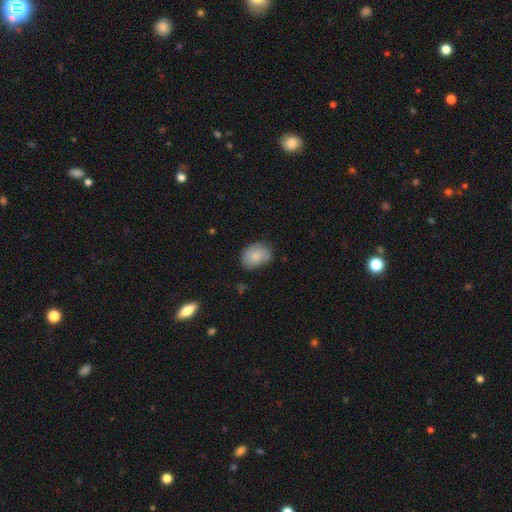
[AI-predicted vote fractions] Overall: smooth (81%). How rounded: in between (78%). Merging: none (64%; minor disturbance 28%).